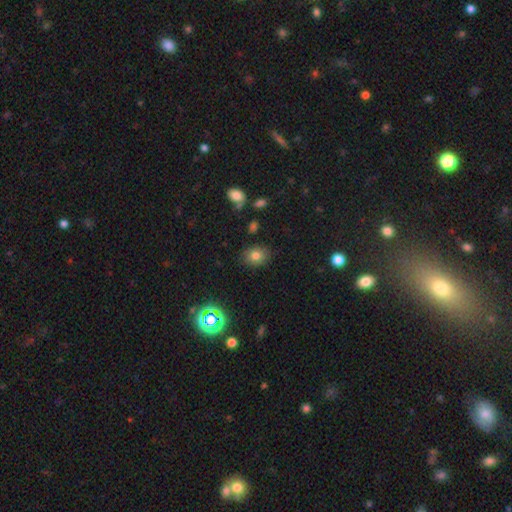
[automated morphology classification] A smooth galaxy with no disk features (76%) that is round (52%).

Vote fractions:
- Smooth or featured? smooth: 76% / star or artifact: 15% / featured or disk: 9%
- How rounded? round: 52% / in between: 47% / cigar-shaped: 1%
- Merging? none: 85% / minor disturbance: 11% / major disturbance: 3% / merger: 2%